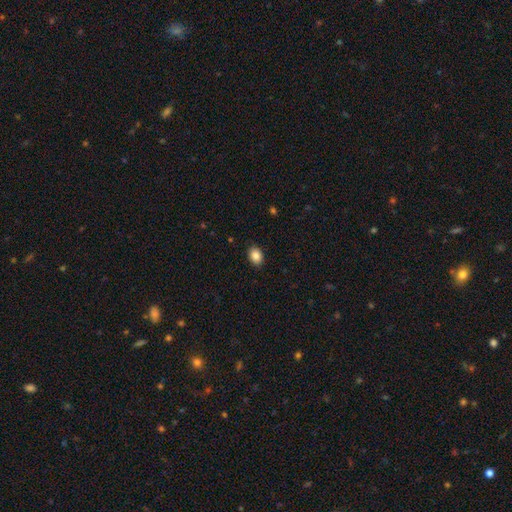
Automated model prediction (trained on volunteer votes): A smooth galaxy with no disk features (87%) that is in between round and cigar-shaped (73%).

Vote fractions:
- Smooth or featured? smooth: 87% / star or artifact: 8% / featured or disk: 5%
- How rounded? in between: 73% / round: 26% / cigar-shaped: 1%
- Merging? none: 89% / minor disturbance: 8% / major disturbance: 2% / merger: 1%